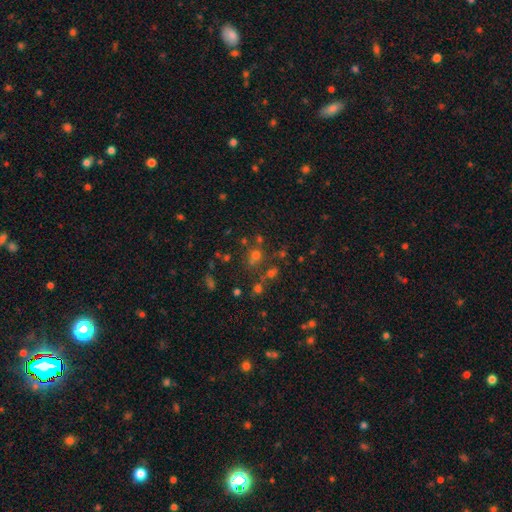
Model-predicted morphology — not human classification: The model was most divided on "smooth or featured": smooth: 48%, star or artifact: 40%, featured or disk: 12%. More confident: merging — none (61%).